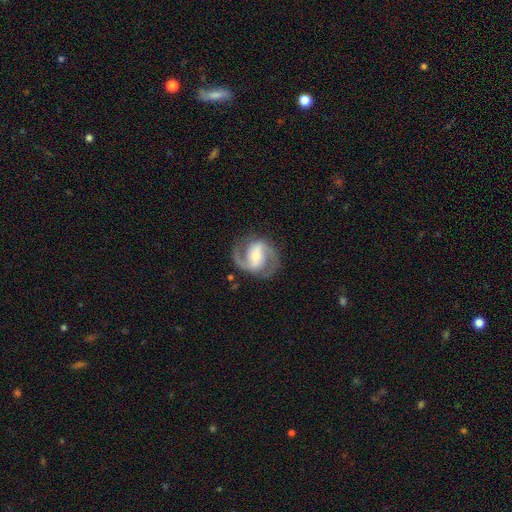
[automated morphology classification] Smooth or featured? featured or disk (90%)
Edge-on disk? no (98%)
Bar? weak (39%)
Spiral arms? yes (98%)
Spiral winding? medium (60%)
Spiral arm count? 2 (92%)
Bulge size? moderate (48%)
Merging? none (82%)